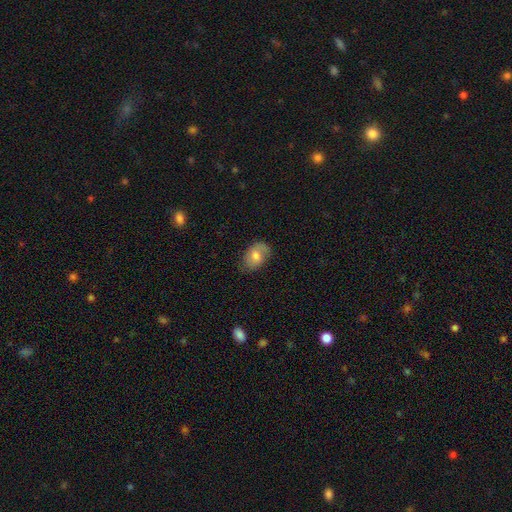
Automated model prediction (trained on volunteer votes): Smooth or featured?
  - smooth: 60% *
  - featured or disk: 32%
  - star or artifact: 8%
How rounded?
  - in between: 80% *
  - round: 19%
  - cigar-shaped: 1%
Merging?
  - none: 68% *
  - minor disturbance: 24%
  - major disturbance: 7%
  - merger: 1%